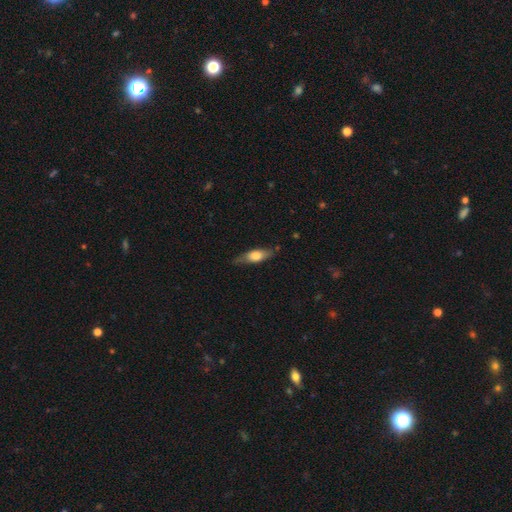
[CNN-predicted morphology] Smooth or featured? smooth (61%)
How rounded? in between (57%)
Merging? none (74%)